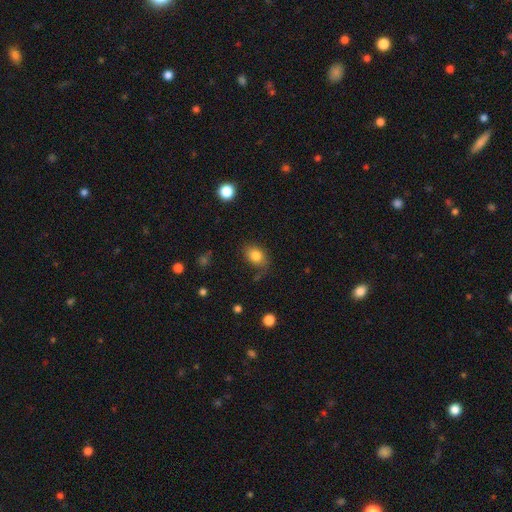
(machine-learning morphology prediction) Q: Smooth or featured?
A: smooth (82%); runner-up: star or artifact (9%)
Q: How rounded?
A: in between (73%); runner-up: round (26%)
Q: Merging?
A: none (70%); runner-up: minor disturbance (21%)